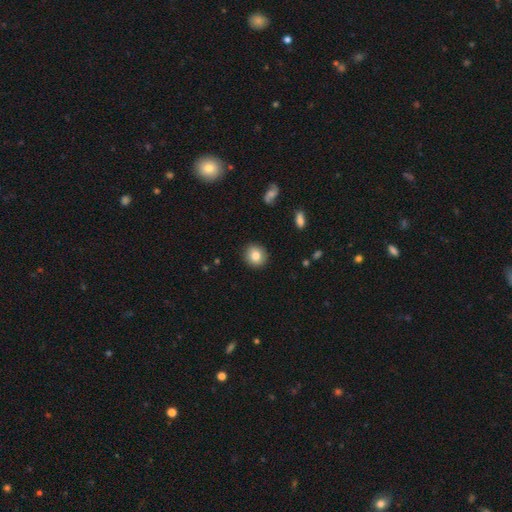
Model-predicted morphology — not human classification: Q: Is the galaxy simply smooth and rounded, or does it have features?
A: smooth — 82%.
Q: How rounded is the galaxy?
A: round — 89%.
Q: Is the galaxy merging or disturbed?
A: none — 91%.